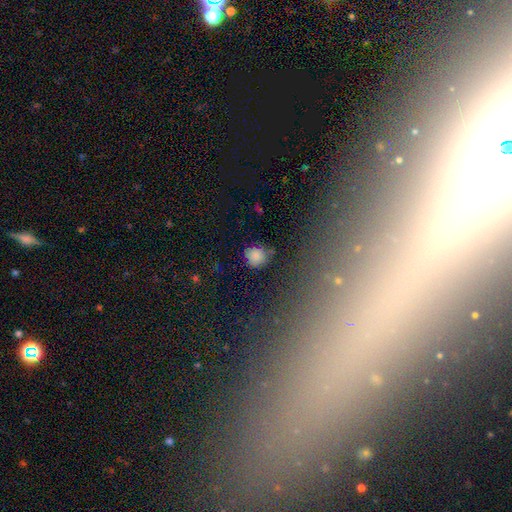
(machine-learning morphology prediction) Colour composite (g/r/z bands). It shows a smooth galaxy with no disk features (82%) that is round (91%). Merging: none (73%).